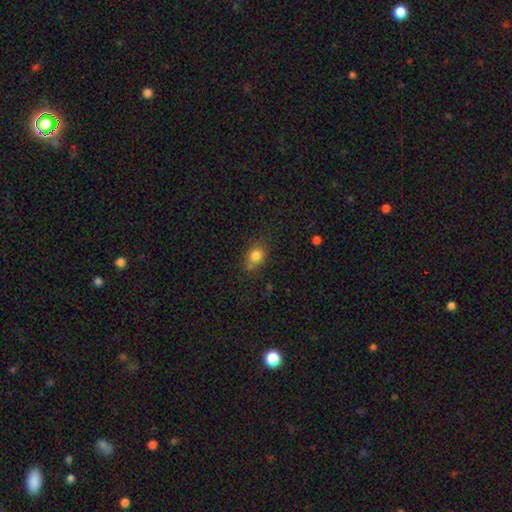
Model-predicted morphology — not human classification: This appears to be a smooth galaxy with no disk features (82%) that is round (53%). Merging: none (69%).